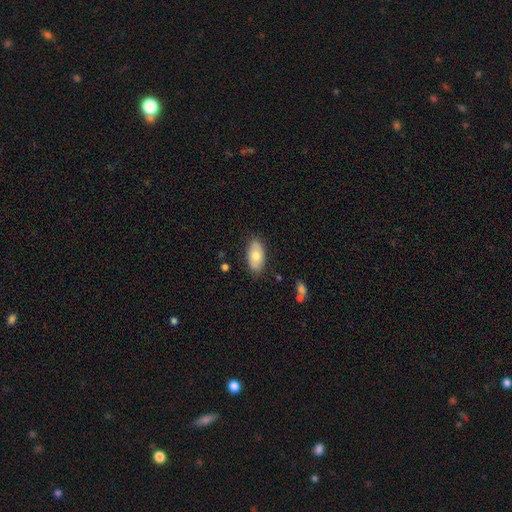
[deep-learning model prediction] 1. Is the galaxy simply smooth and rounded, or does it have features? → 73% smooth, 21% featured or disk, 6% star or artifact.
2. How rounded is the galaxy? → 94% in between, 3% round, 3% cigar-shaped.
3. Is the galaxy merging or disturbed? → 83% none, 13% minor disturbance, 3% major disturbance, 1% merger.